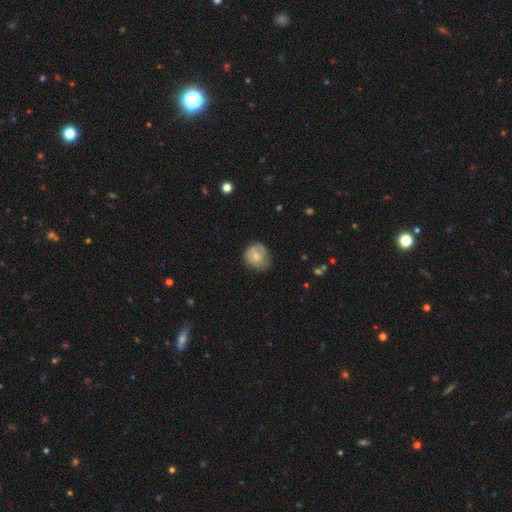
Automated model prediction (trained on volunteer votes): Overall: smooth (65%; featured or disk 28%). How rounded: round (73%). Merging: none (56%; minor disturbance 31%).